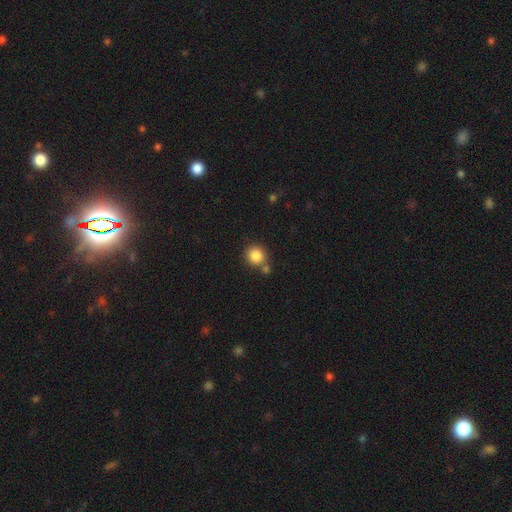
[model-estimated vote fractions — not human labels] Smooth or featured? Predicted: smooth (p=0.85). How rounded? Predicted: round (p=0.90). Merging? Predicted: none (p=0.67).